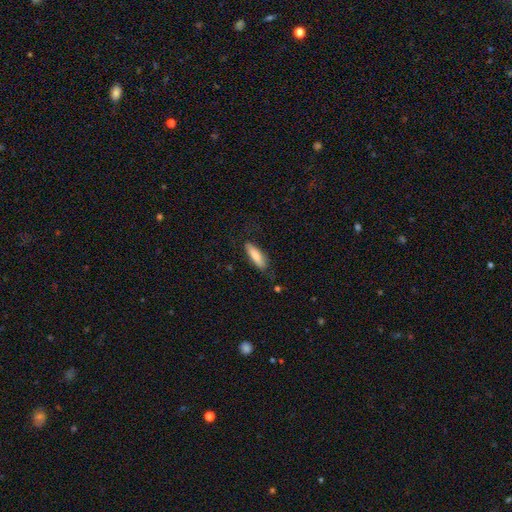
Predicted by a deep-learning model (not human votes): smooth-or-featured: smooth: 79% | featured or disk: 15% | star or artifact: 6%
  how-rounded: cigar-shaped: 53% | in between: 46% | round: 2%
  merging: none: 75% | minor disturbance: 19% | major disturbance: 5% | merger: 2%